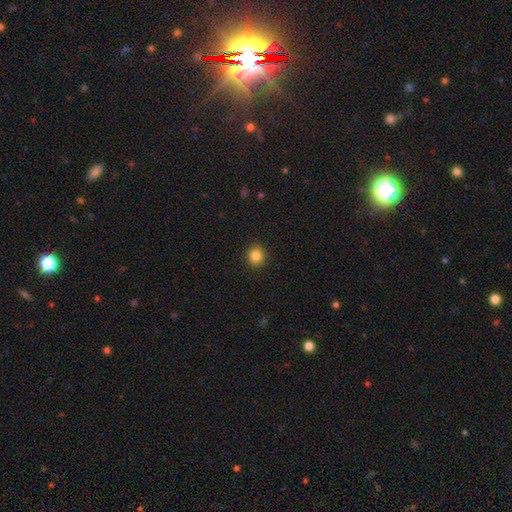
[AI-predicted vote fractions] The model was most divided on "smooth or featured": smooth: 85%, star or artifact: 10%, featured or disk: 5%. More confident: merging — none (92%); how rounded — round (89%).